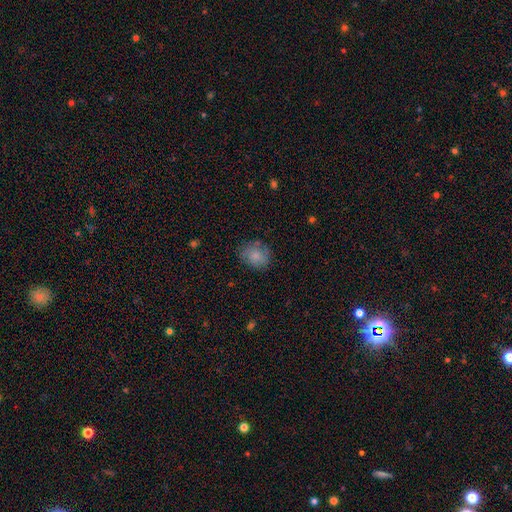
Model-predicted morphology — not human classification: A smooth galaxy with no disk features (81%) that is round (56%). Merging: none (73%).